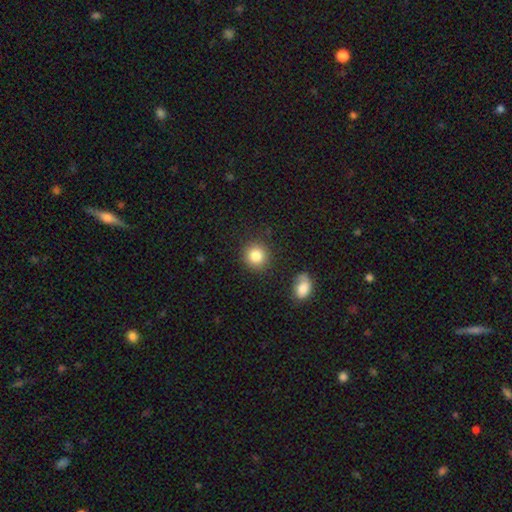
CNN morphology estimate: Q: Smooth or featured?
A: smooth (84%); runner-up: star or artifact (10%)
Q: How rounded?
A: round (90%); runner-up: in between (9%)
Q: Merging?
A: none (87%); runner-up: minor disturbance (8%)